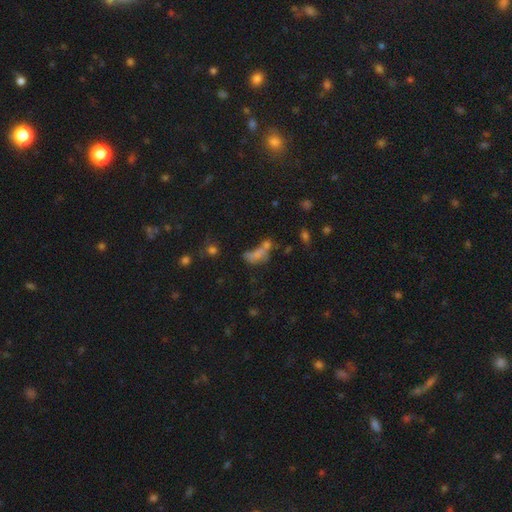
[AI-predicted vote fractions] Overall: smooth (51%; star or artifact 33%). How rounded: in between (65%). Merging: none (36%; merger 32%).